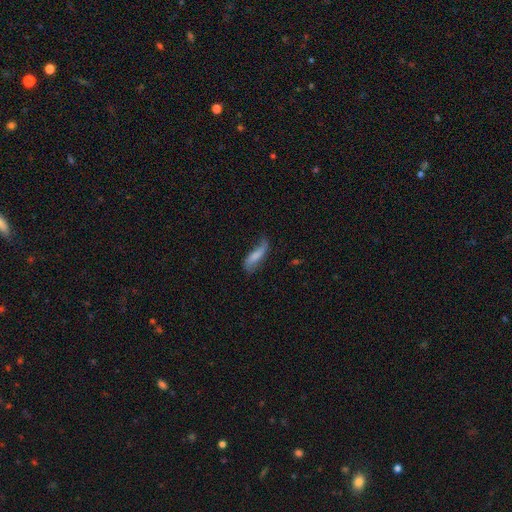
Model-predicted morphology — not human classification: Smooth or featured? smooth (61%)
How rounded? cigar-shaped (58%)
Merging? none (46%)